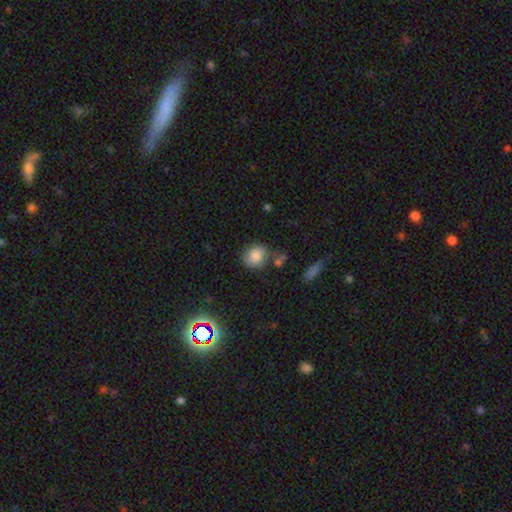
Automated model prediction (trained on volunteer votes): This appears to be a smooth galaxy with no disk features (82%) that is round (71%). Merging: none (66%).